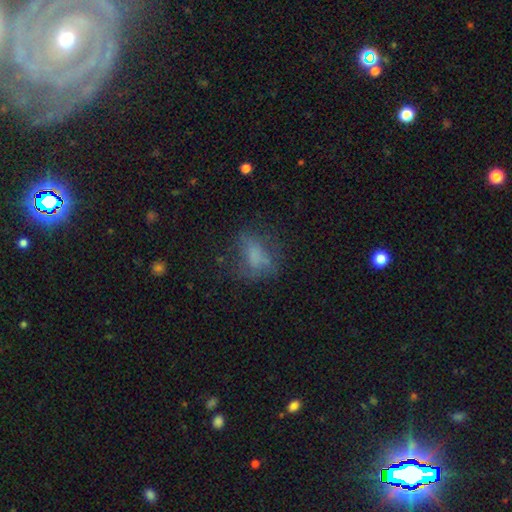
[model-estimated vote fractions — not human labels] The model was most divided on "merging": none: 50%, major disturbance: 24%, minor disturbance: 23%, merger: 3%. More confident: how rounded — in between (71%); smooth or featured — smooth (56%).